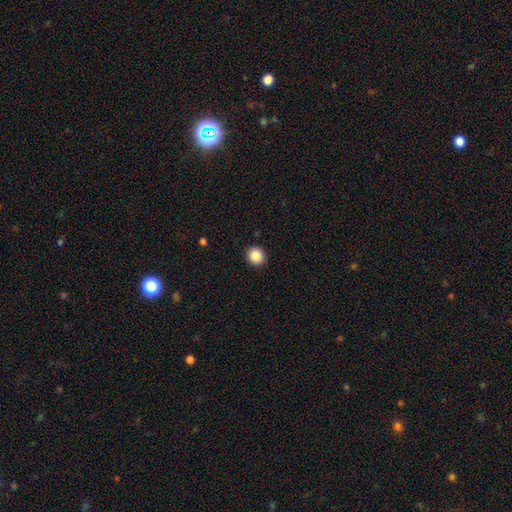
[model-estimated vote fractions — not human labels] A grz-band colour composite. It shows a smooth galaxy with no disk features (86%) that is round (86%). Merging: none (92%).